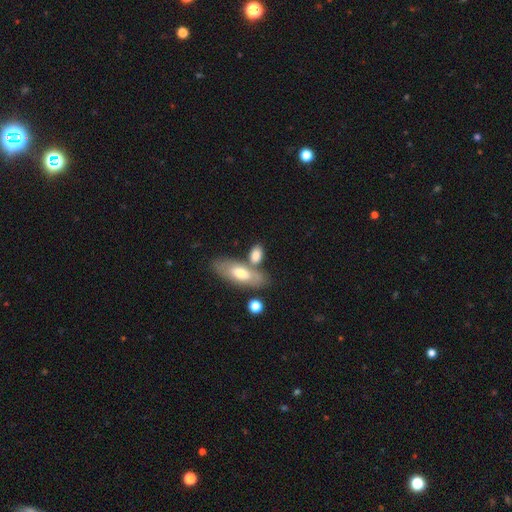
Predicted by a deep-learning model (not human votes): Morphology: type=smooth (73%); roundness=in between (78%); merging=none (53%).